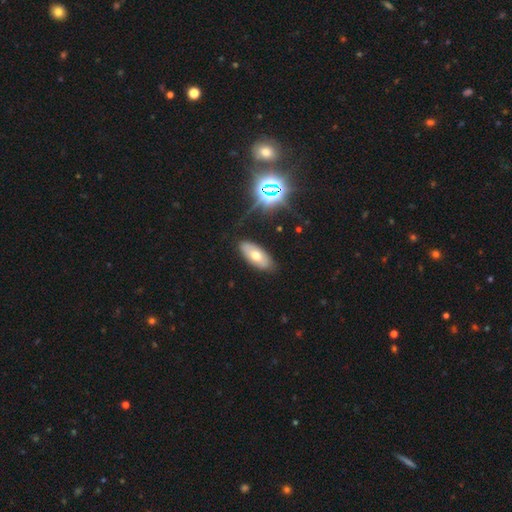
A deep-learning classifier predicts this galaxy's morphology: This appears to be a smooth galaxy with no disk features (59%) that is in between round and cigar-shaped (87%). Merging: none (84%).